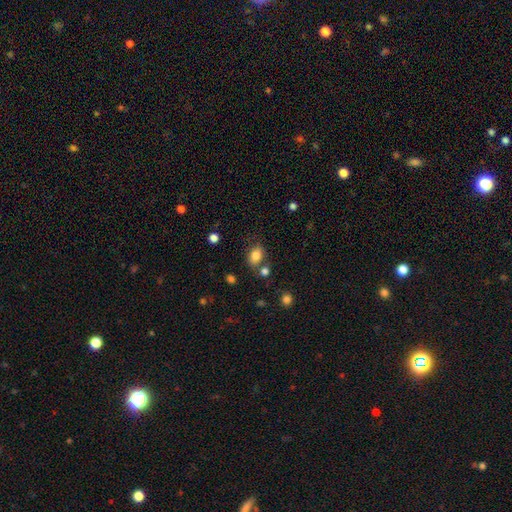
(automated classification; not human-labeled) Smooth or featured?
  - smooth: 82% *
  - star or artifact: 10%
  - featured or disk: 8%
How rounded?
  - in between: 72% *
  - round: 27%
  - cigar-shaped: 1%
Merging?
  - none: 68% *
  - minor disturbance: 15%
  - merger: 12%
  - major disturbance: 5%